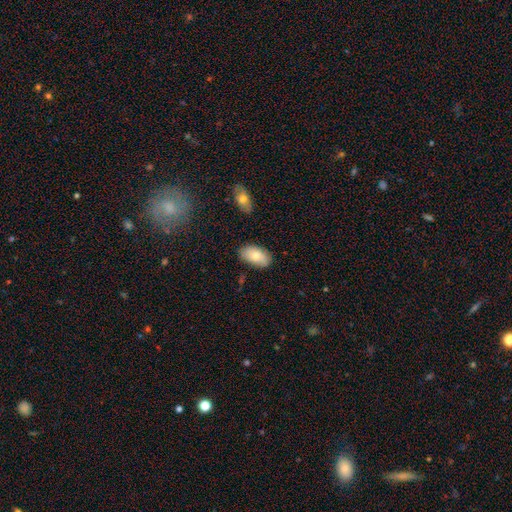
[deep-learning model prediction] Q: Smooth or featured?
A: smooth (75%); runner-up: featured or disk (18%)
Q: How rounded?
A: in between (94%); runner-up: round (4%)
Q: Merging?
A: none (80%); runner-up: minor disturbance (15%)